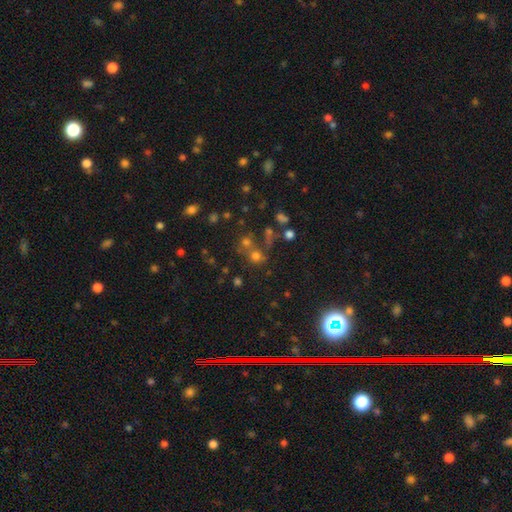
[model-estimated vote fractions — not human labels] The model was most divided on "smooth or featured": smooth: 55%, star or artifact: 34%, featured or disk: 12%. More confident: how rounded — round (84%); merging — none (55%).